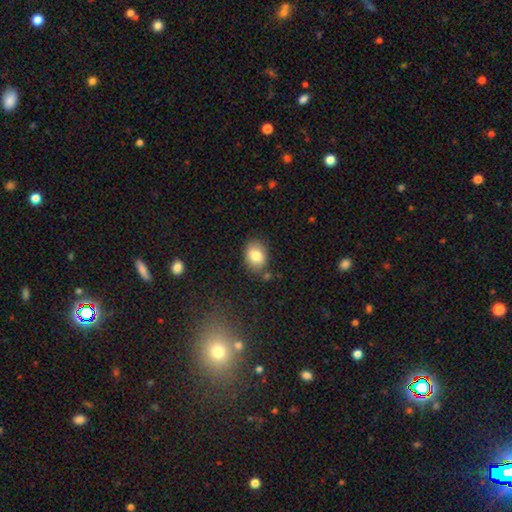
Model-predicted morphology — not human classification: Smooth or featured? Predicted: smooth (p=0.82). How rounded? Predicted: in between (p=0.67). Merging? Predicted: none (p=0.82).